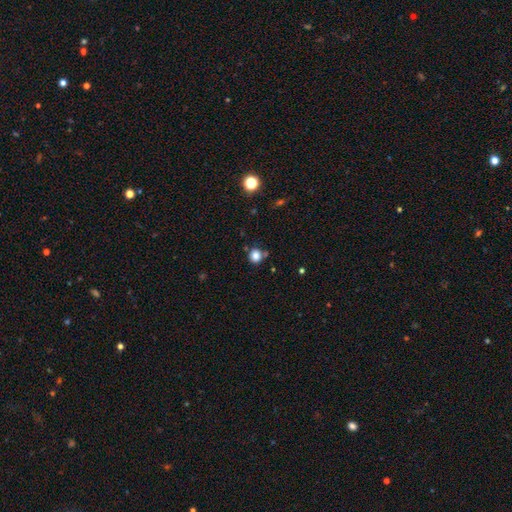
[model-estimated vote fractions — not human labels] The model was most divided on "merging": none: 76%, minor disturbance: 13%, merger: 8%, major disturbance: 3%. More confident: how rounded — round (87%); smooth or featured — smooth (82%).